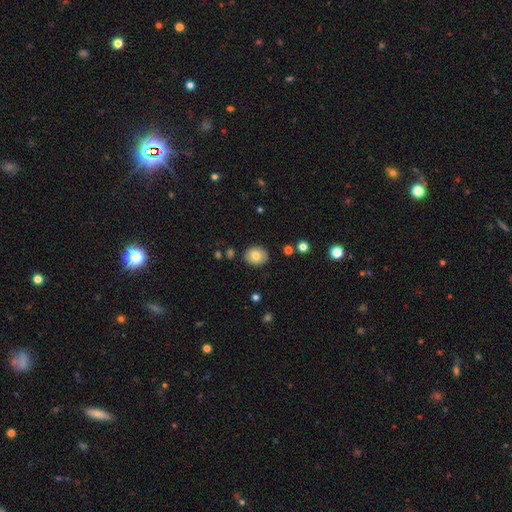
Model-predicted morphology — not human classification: Smooth or featured: smooth — 76% (featured or disk — 15%)
How rounded: round — 63% (in between — 36%)
Merging: none — 87% (minor disturbance — 9%)